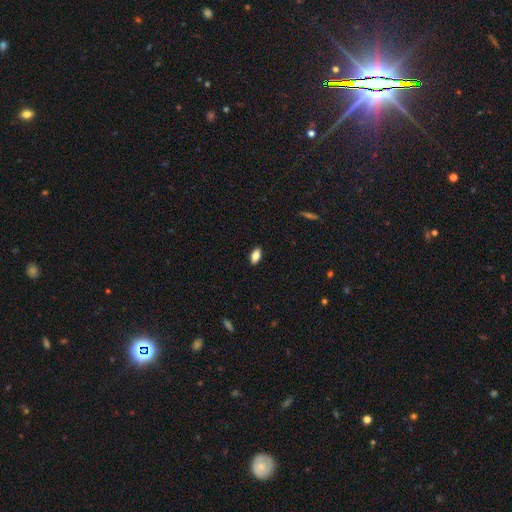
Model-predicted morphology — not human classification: smooth_or_featured: smooth (p=0.80) [alt: featured or disk p=0.12]
how_rounded: in between (p=0.88) [alt: cigar-shaped p=0.09]
merging: none (p=0.89) [alt: minor disturbance p=0.08]